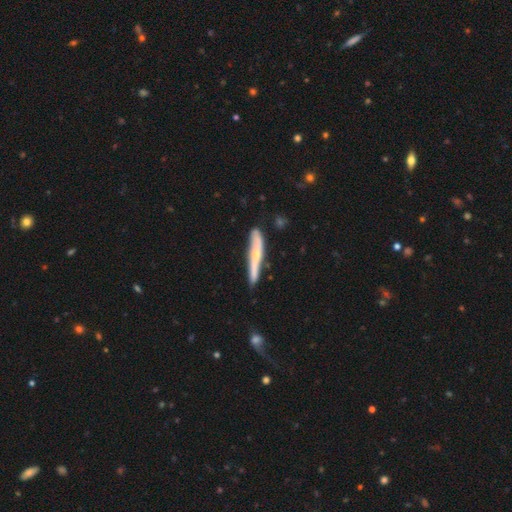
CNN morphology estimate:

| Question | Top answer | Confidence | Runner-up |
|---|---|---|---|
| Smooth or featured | featured or disk | 53% | smooth (41%) |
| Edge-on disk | yes | 78% | no (22%) |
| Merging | none | 67% | minor disturbance (24%) |